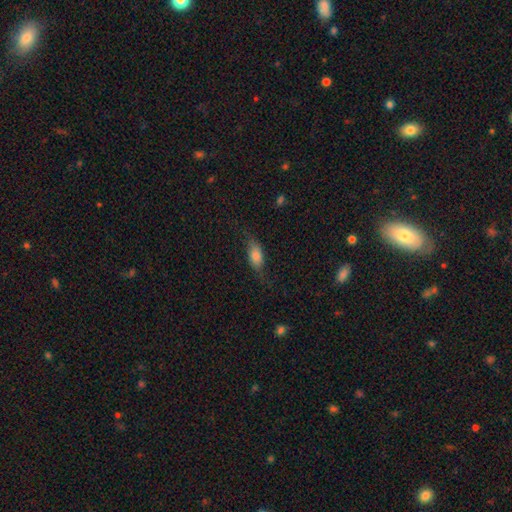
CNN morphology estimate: Smooth or featured? smooth (66%)
How rounded? in between (81%)
Merging? none (59%)